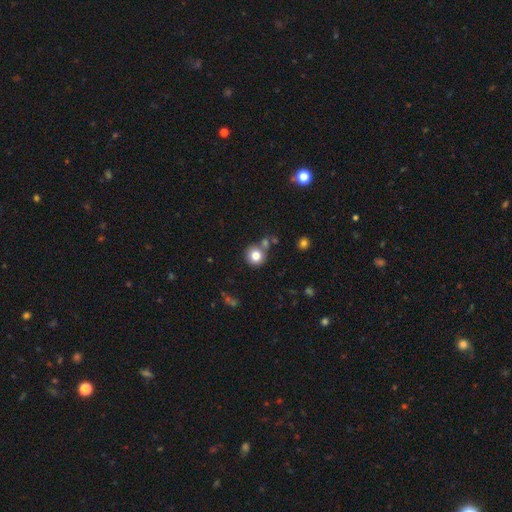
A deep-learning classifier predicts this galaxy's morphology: smooth 80%, star or artifact 11%, featured or disk 8%. Down the decision tree: how rounded — round (92%); merging — none (72%).